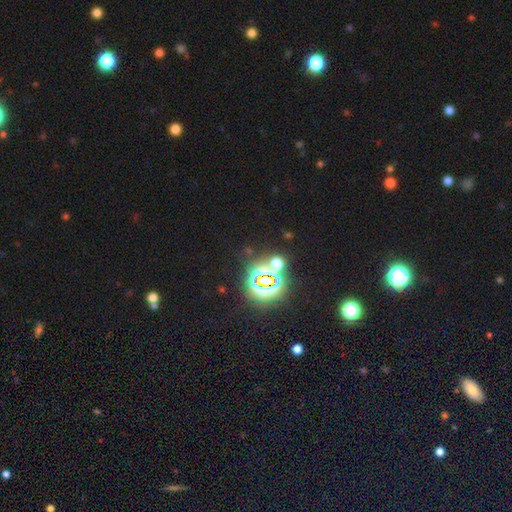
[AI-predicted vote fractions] Overall: star or artifact (75%).